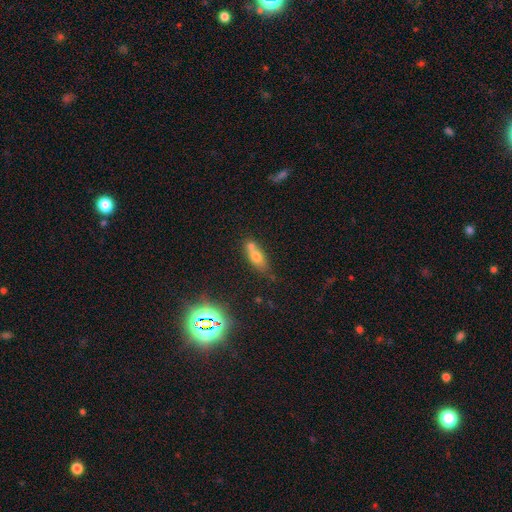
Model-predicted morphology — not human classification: A smooth galaxy with no disk features (62%) that is in between round and cigar-shaped (69%).

Vote fractions:
- Smooth or featured? smooth: 62% / featured or disk: 23% / star or artifact: 15%
- How rounded? in between: 69% / cigar-shaped: 22% / round: 9%
- Merging? none: 41% / merger: 39% / minor disturbance: 14% / major disturbance: 6%